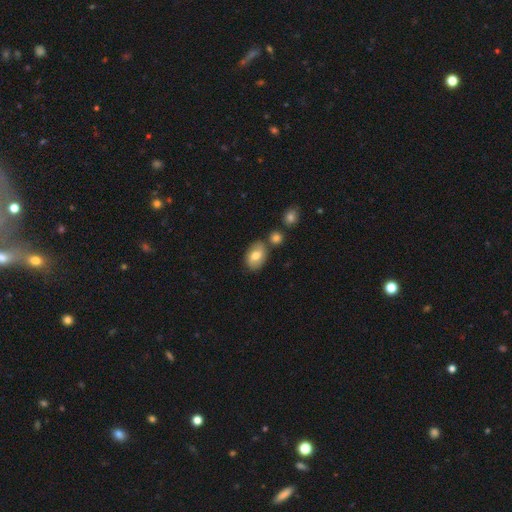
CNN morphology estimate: smooth 69%, featured or disk 24%, star or artifact 8%. Down the decision tree: how rounded — in between (79%); merging — none (68%).